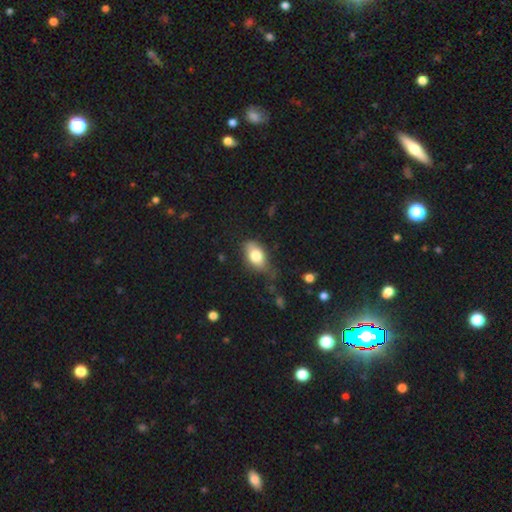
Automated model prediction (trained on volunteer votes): Q: Smooth or featured?
A: smooth (78%); runner-up: featured or disk (15%)
Q: How rounded?
A: in between (87%); runner-up: round (10%)
Q: Merging?
A: none (58%); runner-up: minor disturbance (31%)